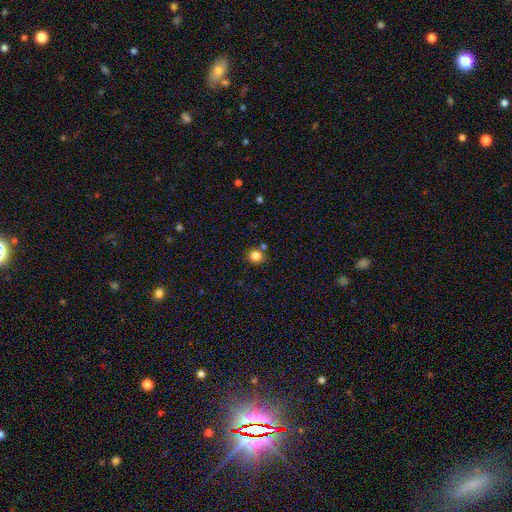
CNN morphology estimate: Smooth or featured: smooth — 84% (star or artifact — 12%)
How rounded: round — 90% (in between — 9%)
Merging: none — 76% (merger — 12%)